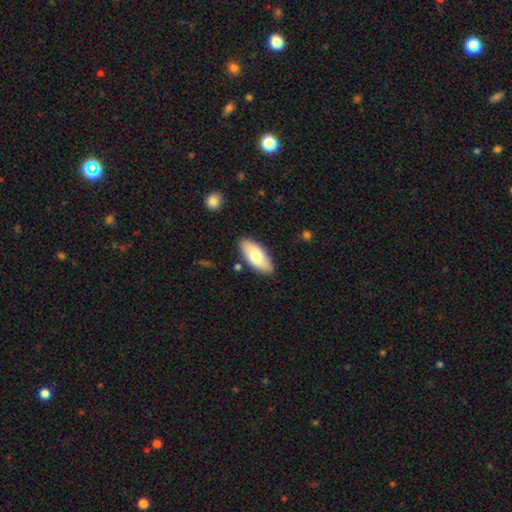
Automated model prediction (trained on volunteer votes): A smooth galaxy with no disk features (70%) that is in between round and cigar-shaped (89%).

Vote fractions:
- Smooth or featured? smooth: 70% / featured or disk: 25% / star or artifact: 5%
- How rounded? in between: 89% / cigar-shaped: 9% / round: 2%
- Merging? none: 86% / minor disturbance: 10% / merger: 2% / major disturbance: 2%